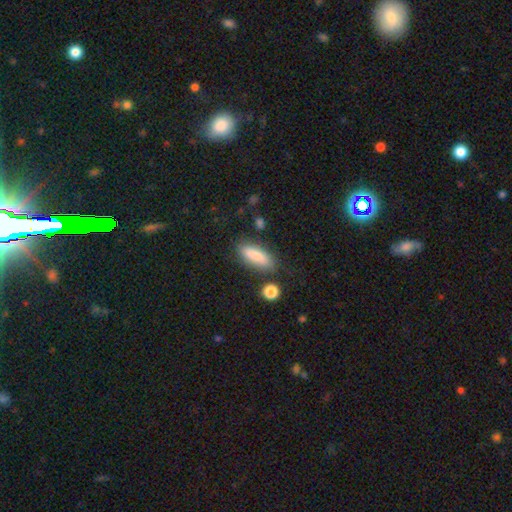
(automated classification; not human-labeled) Morphology: type=smooth (82%); roundness=in between (63%); merging=none (75%).